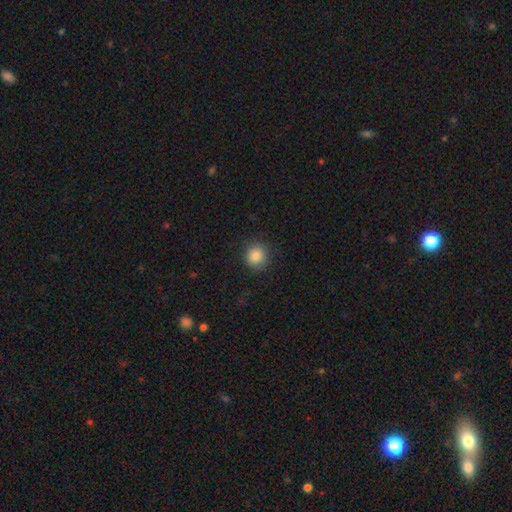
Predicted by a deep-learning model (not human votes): Smooth or featured?
  - smooth: 84% *
  - star or artifact: 10%
  - featured or disk: 6%
How rounded?
  - round: 89% *
  - in between: 10%
  - cigar-shaped: 1%
Merging?
  - none: 86% *
  - minor disturbance: 10%
  - major disturbance: 3%
  - merger: 1%